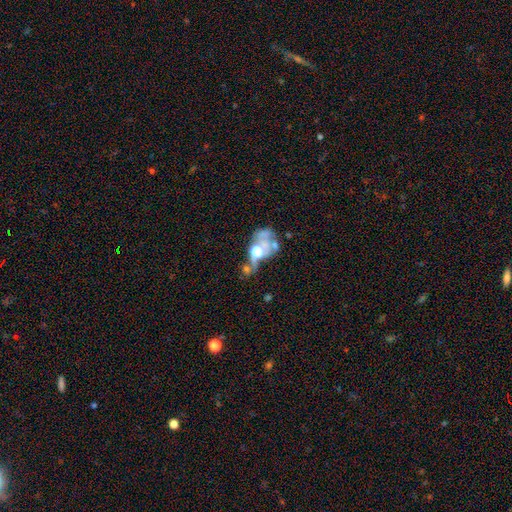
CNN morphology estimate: A featured or disk galaxy (45%). Merging: merger (32%).